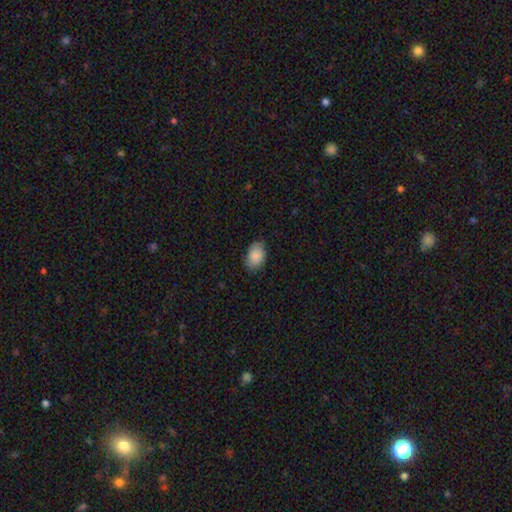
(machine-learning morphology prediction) type=smooth (88%); roundness=in between (84%); merging=none (76%).